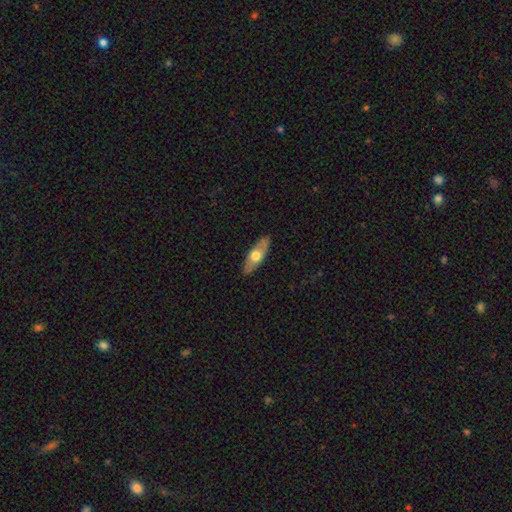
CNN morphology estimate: type=smooth (54%); roundness=in between (62%); merging=none (88%).